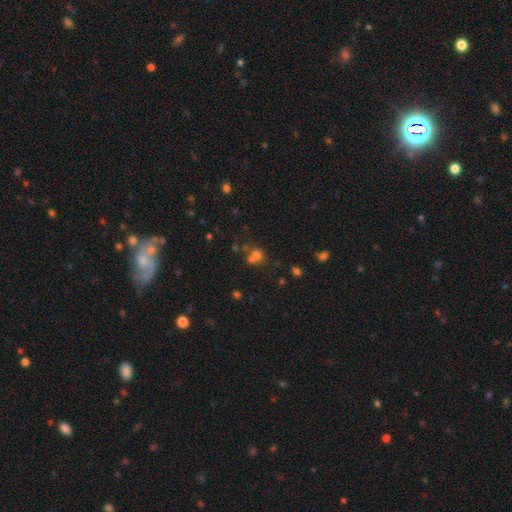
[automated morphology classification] A smooth galaxy with no disk features (64%) that is round (79%). Merging: none (43%, tied with merger).